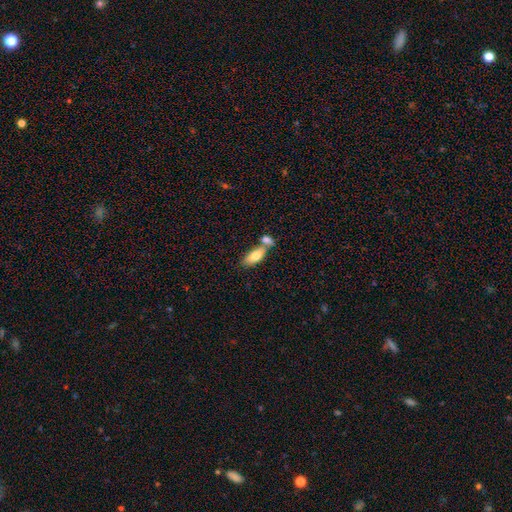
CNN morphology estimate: Overall: smooth (76%). How rounded: in between (82%). Merging: merger (46%; none 41%).